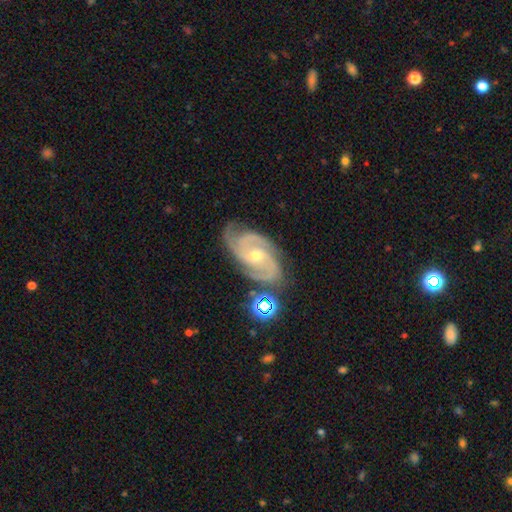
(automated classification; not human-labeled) A featured or disk galaxy (90%) with no bar (52%), 3 (50%) tight (53%) spiral arms (98%) and a small central bulge (52%). Merging: none (72%).